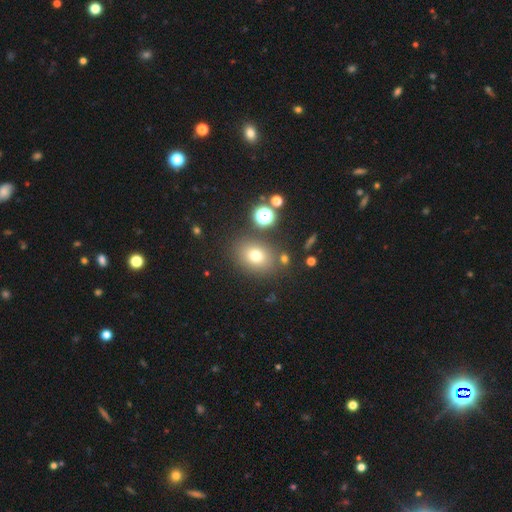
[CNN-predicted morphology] This is likely a smooth galaxy (72%). How rounded: possibly in between (50%). Merging: likely none (79%).